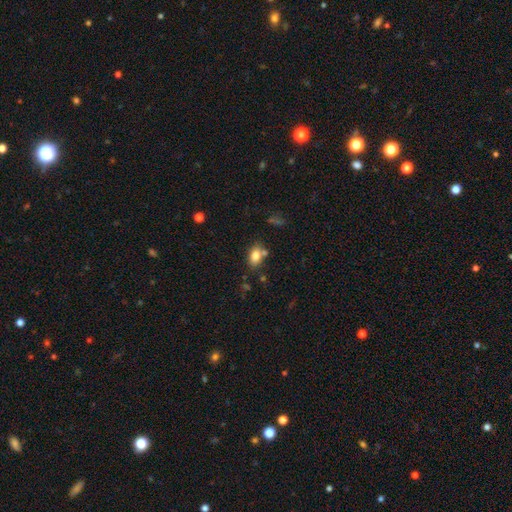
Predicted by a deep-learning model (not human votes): Smooth or featured? smooth (80%)
How rounded? in between (79%)
Merging? none (64%)